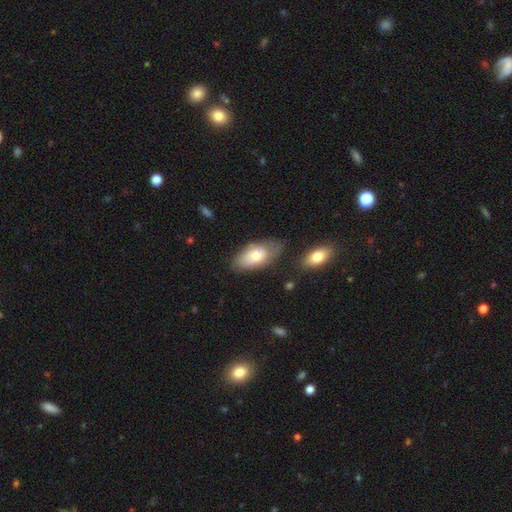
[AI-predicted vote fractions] A smooth galaxy with no disk features (70%) that is in between round and cigar-shaped (92%). Merging: none (64%).